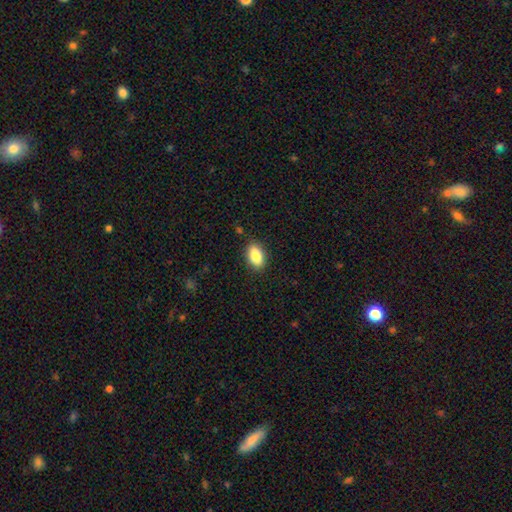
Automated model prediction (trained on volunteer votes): This appears to be a smooth galaxy with no disk features (85%) that is in between round and cigar-shaped (90%). Merging: none (87%).